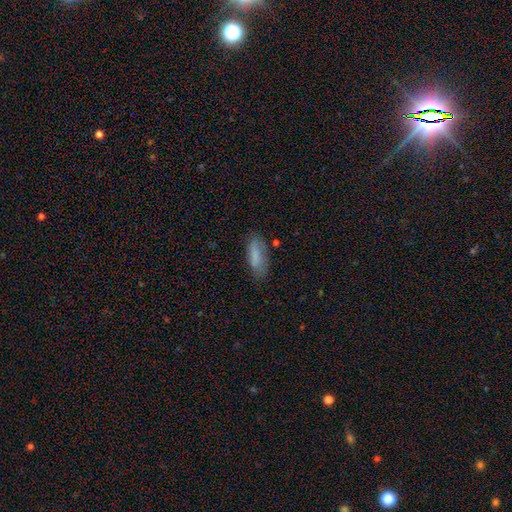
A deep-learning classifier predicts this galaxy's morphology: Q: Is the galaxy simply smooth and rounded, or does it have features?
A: smooth — 78%.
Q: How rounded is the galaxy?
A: in between — 71%.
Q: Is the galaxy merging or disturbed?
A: none — 67%.